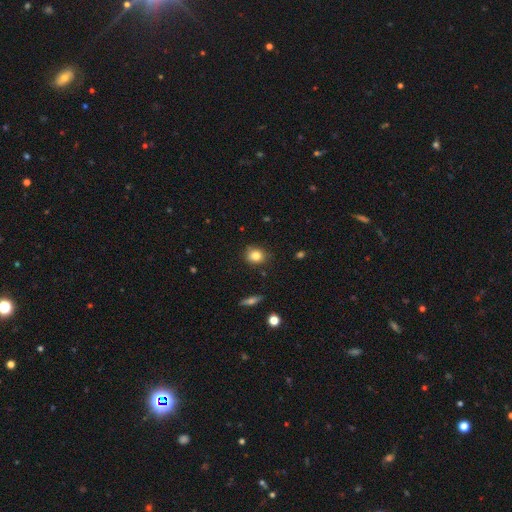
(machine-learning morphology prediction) This appears to be a smooth galaxy with no disk features (82%) that is round (73%). Merging: none (83%).